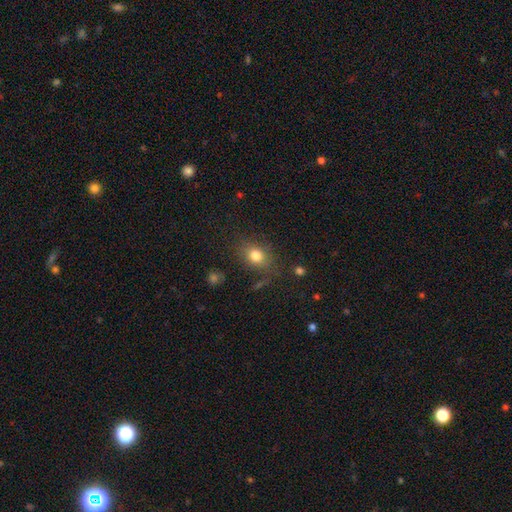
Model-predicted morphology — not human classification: smooth 79%, star or artifact 12%, featured or disk 9%. Down the decision tree: how rounded — in between (56%); merging — none (76%).